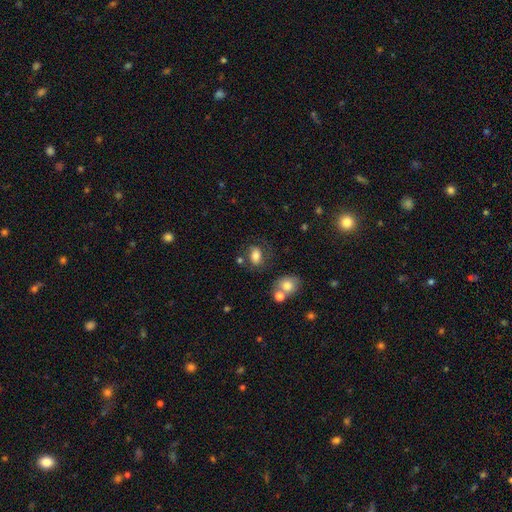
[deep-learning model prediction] Smooth or featured: smooth — 69% (featured or disk — 21%)
How rounded: in between — 75% (round — 23%)
Merging: none — 57% (minor disturbance — 20%)